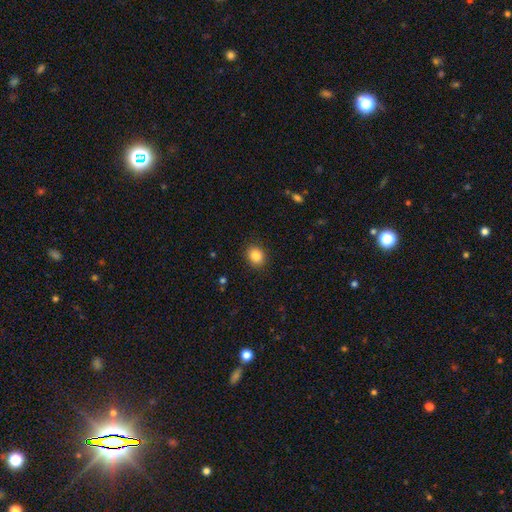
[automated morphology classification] smooth 85%, star or artifact 10%, featured or disk 5%. Down the decision tree: how rounded — round (65%); merging — none (90%).